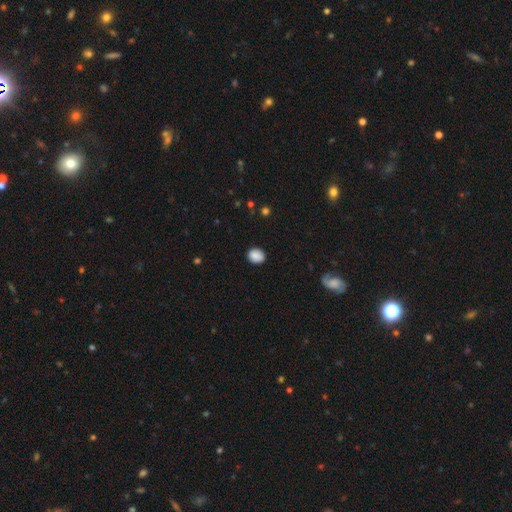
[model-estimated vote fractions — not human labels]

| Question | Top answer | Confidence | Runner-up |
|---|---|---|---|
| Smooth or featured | smooth | 87% | star or artifact (8%) |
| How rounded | round | 60% | in between (39%) |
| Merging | none | 86% | minor disturbance (11%) |